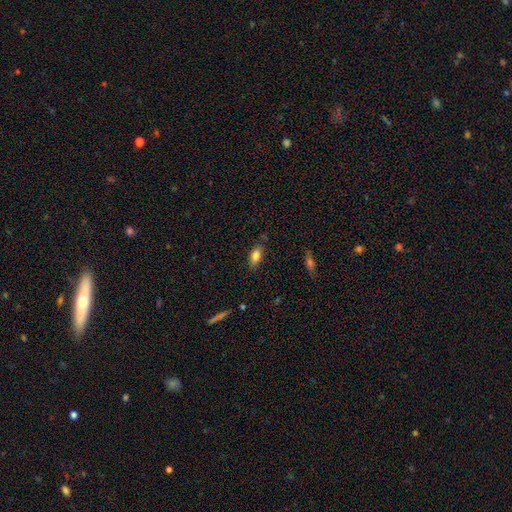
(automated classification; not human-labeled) smooth_or_featured: smooth (p=0.79) [alt: featured or disk p=0.13]
how_rounded: in between (p=0.81) [alt: cigar-shaped p=0.16]
merging: none (p=0.79) [alt: minor disturbance p=0.16]